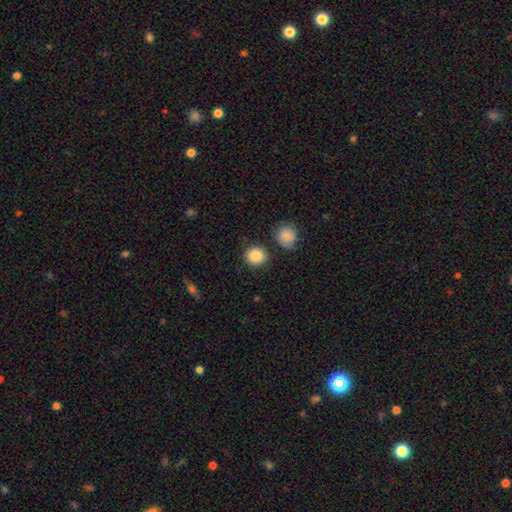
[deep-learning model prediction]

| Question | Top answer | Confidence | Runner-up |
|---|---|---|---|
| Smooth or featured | smooth | 87% | star or artifact (9%) |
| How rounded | round | 87% | in between (12%) |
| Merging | none | 85% | minor disturbance (7%) |